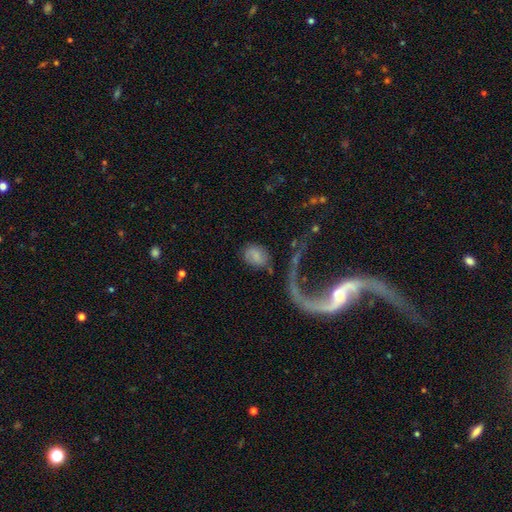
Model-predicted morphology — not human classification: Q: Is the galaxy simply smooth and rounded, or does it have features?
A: smooth — 62%.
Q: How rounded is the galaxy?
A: in between — 65%.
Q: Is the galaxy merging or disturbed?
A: none — 65%.